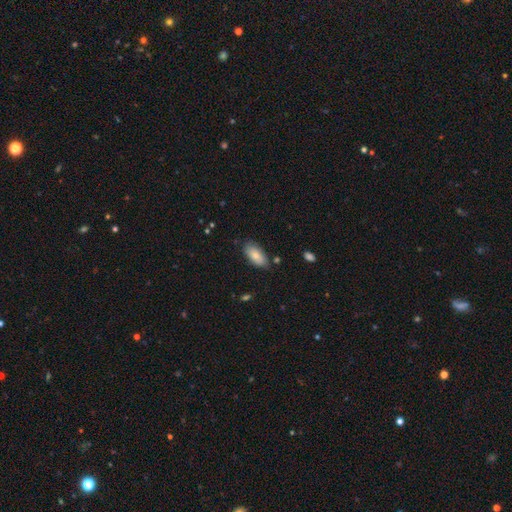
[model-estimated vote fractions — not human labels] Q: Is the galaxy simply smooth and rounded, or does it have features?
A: smooth — 81%.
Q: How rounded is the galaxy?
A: in between — 93%.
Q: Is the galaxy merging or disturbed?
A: none — 78%.